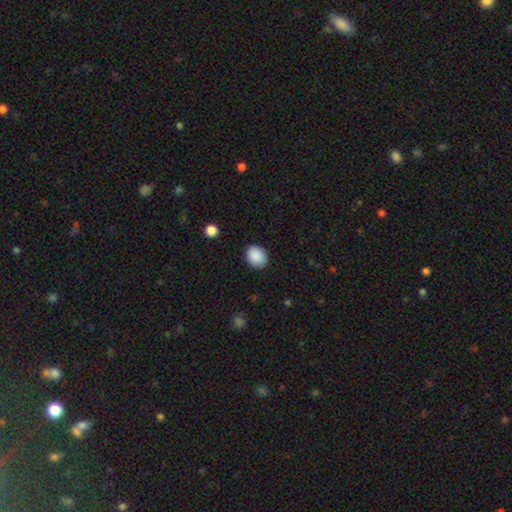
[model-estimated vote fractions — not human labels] A smooth galaxy with no disk features (90%) that is in between round and cigar-shaped (56%).

Vote fractions:
- Smooth or featured? smooth: 90% / star or artifact: 7% / featured or disk: 3%
- How rounded? in between: 56% / round: 43% / cigar-shaped: 1%
- Merging? none: 87% / minor disturbance: 10% / major disturbance: 2% / merger: 1%